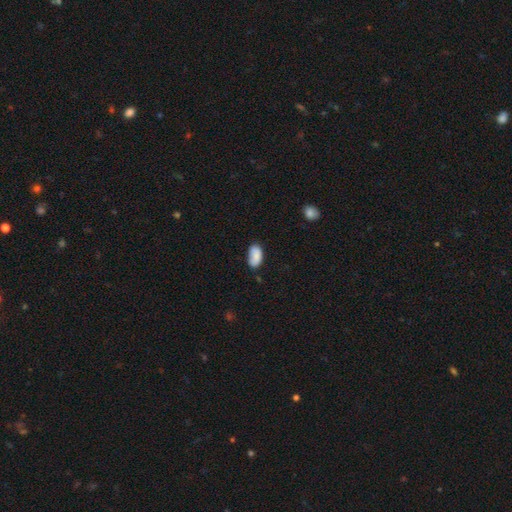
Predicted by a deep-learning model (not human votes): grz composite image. It shows a smooth galaxy with no disk features (83%) that is in between round and cigar-shaped (94%). Merging: none (66%).